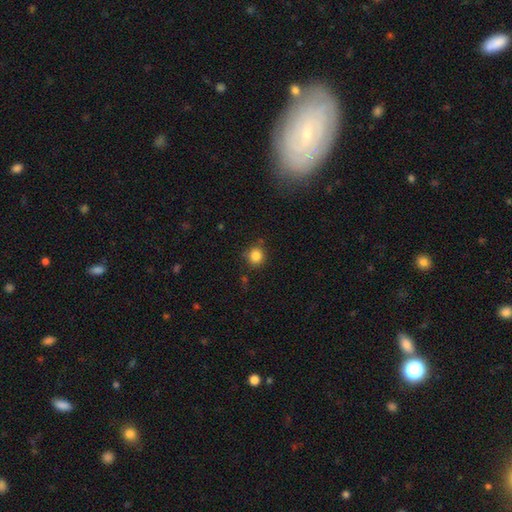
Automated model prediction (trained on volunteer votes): smooth_or_featured: smooth (p=0.85) [alt: star or artifact p=0.11]
how_rounded: round (p=0.90) [alt: in between p=0.09]
merging: none (p=0.81) [alt: minor disturbance p=0.12]